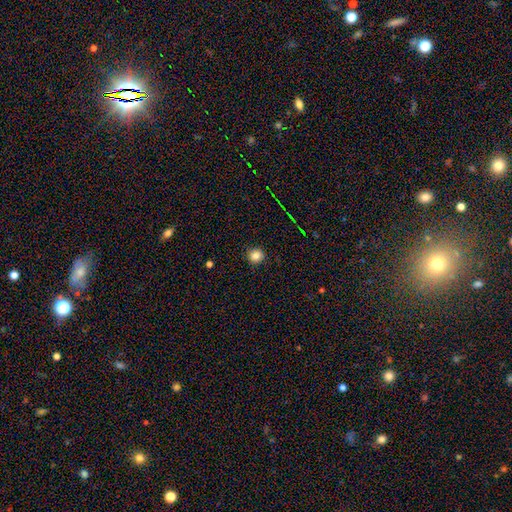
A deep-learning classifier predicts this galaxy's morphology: The model was most divided on "smooth or featured": smooth: 83%, star or artifact: 12%, featured or disk: 5%. More confident: merging — none (91%); how rounded — round (91%).